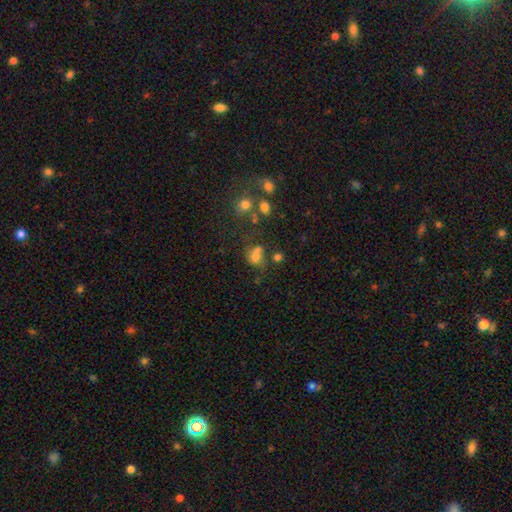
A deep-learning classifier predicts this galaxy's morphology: Smooth or featured: smooth — 67% (star or artifact — 18%)
How rounded: in between — 56% (round — 42%)
Merging: none — 36% (merger — 33%)